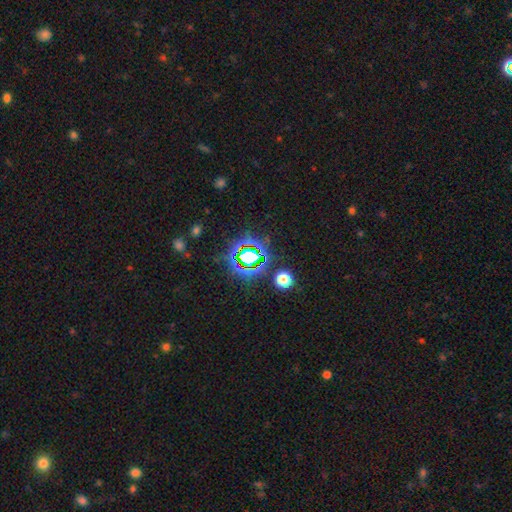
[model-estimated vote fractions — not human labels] Smooth or featured: star or artifact — 73% (smooth — 17%)